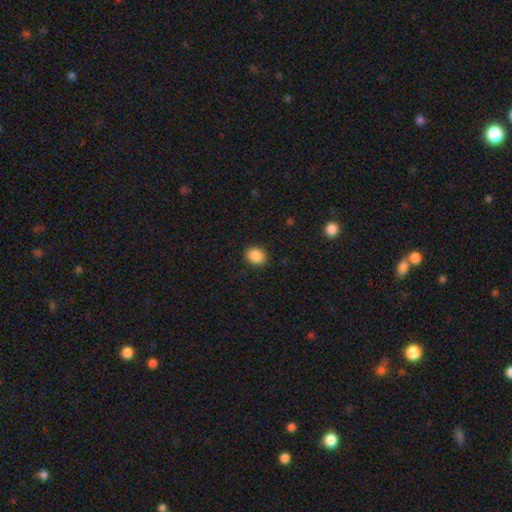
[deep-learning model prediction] Smooth or featured?
  - smooth: 89% *
  - star or artifact: 8%
  - featured or disk: 3%
How rounded?
  - round: 51% *
  - in between: 48%
  - cigar-shaped: 1%
Merging?
  - none: 89% *
  - minor disturbance: 8%
  - major disturbance: 2%
  - merger: 1%